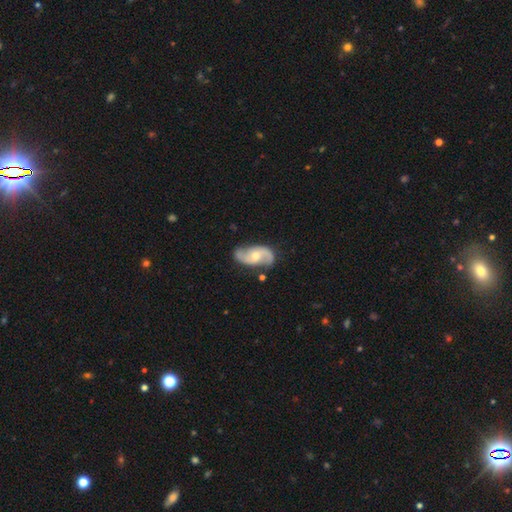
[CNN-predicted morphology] Smooth or featured? featured or disk (82%)
Edge-on disk? no (97%)
Bar? no (52%)
Spiral arms? yes (95%)
Spiral winding? loose (47%)
Spiral arm count? 2 (92%)
Bulge size? moderate (59%)
Merging? none (73%)